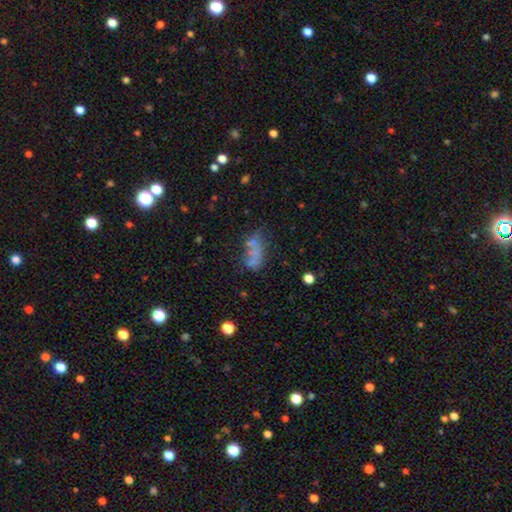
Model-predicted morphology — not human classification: This is possibly a smooth galaxy (51%). How rounded: clearly in between (83%). Merging: marginally none (34%).